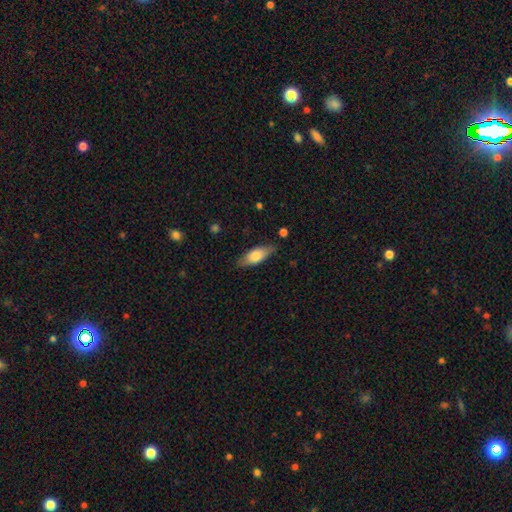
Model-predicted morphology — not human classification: Smooth or featured? Predicted: smooth (p=0.70). How rounded? Predicted: in between (p=0.75). Merging? Predicted: none (p=0.79).